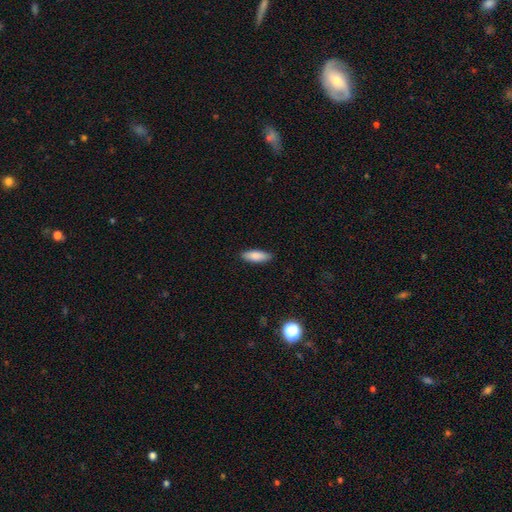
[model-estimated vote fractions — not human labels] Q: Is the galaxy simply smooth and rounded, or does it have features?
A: smooth — 86%.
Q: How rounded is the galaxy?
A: in between — 57%.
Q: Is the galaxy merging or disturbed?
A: none — 88%.